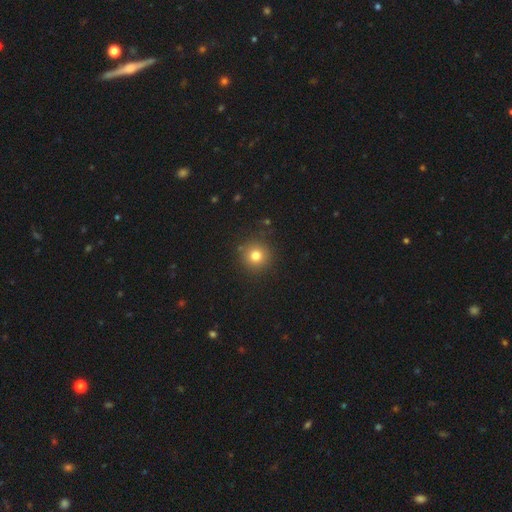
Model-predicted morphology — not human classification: smooth-or-featured: smooth: 78% | star or artifact: 14% | featured or disk: 8%
  how-rounded: round: 95% | in between: 4% | cigar-shaped: 1%
  merging: none: 89% | minor disturbance: 7% | major disturbance: 2% | merger: 2%